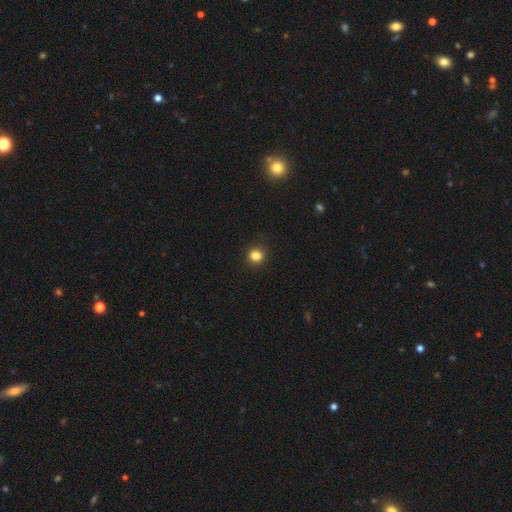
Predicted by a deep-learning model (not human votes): Smooth or featured?
  - smooth: 83% *
  - star or artifact: 13%
  - featured or disk: 4%
How rounded?
  - round: 91% *
  - in between: 8%
  - cigar-shaped: 1%
Merging?
  - none: 92% *
  - minor disturbance: 6%
  - major disturbance: 2%
  - merger: 1%